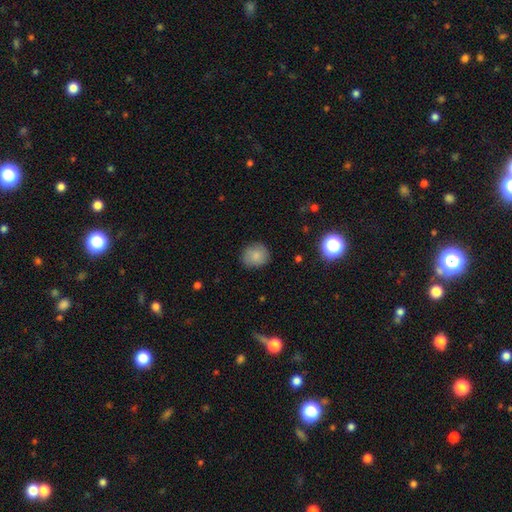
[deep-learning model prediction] smooth 83%, star or artifact 9%, featured or disk 8%. Down the decision tree: how rounded — round (81%); merging — none (84%).